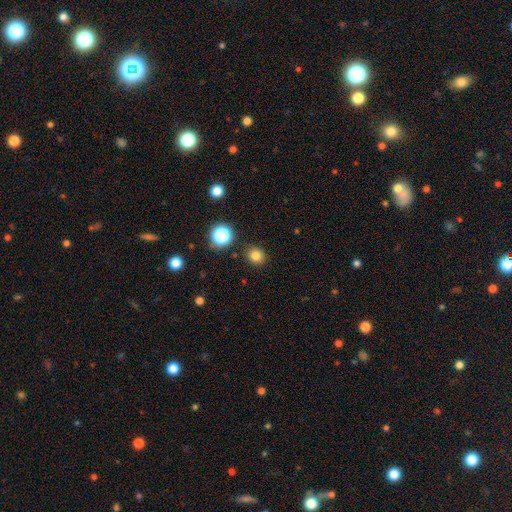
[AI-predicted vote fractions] smooth 79%, star or artifact 16%, featured or disk 5%. Down the decision tree: how rounded — round (86%); merging — none (89%).